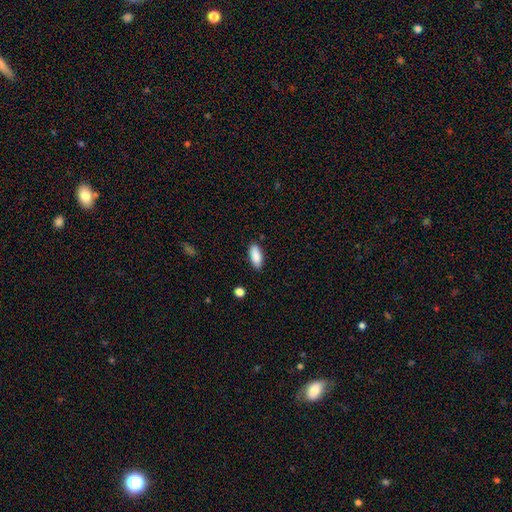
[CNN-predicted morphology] A smooth galaxy with no disk features (89%) that is in between round and cigar-shaped (81%).

Vote fractions:
- Smooth or featured? smooth: 89% / star or artifact: 6% / featured or disk: 5%
- How rounded? in between: 81% / cigar-shaped: 17% / round: 2%
- Merging? none: 85% / minor disturbance: 11% / major disturbance: 2% / merger: 1%